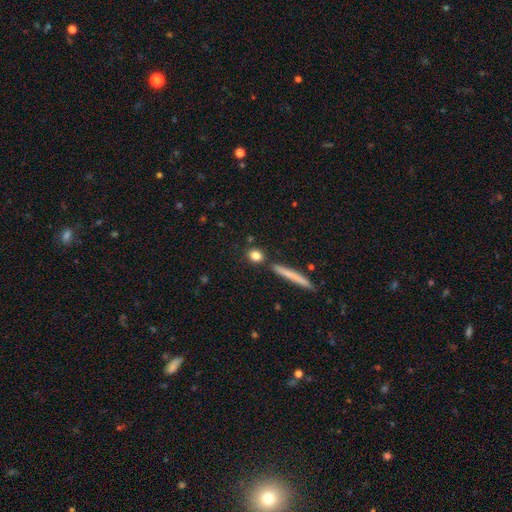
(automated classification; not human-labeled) Smooth or featured? Predicted: smooth (p=0.82). How rounded? Predicted: round (p=0.57). Merging? Predicted: none (p=0.82).